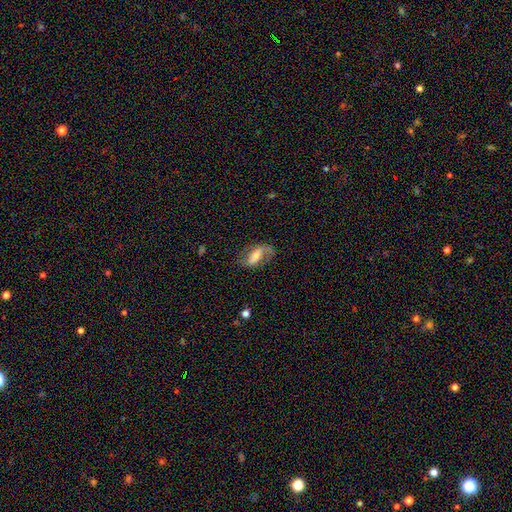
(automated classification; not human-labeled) Smooth or featured? Predicted: featured or disk (p=0.70). Edge-on disk? Predicted: no (p=0.94). Bar? Predicted: weak (p=0.38). Spiral arms? Predicted: yes (p=0.89). Spiral winding? Predicted: loose (p=0.56). Spiral arm count? Predicted: 2 (p=0.60). Bulge size? Predicted: moderate (p=0.45). Merging? Predicted: none (p=0.57).